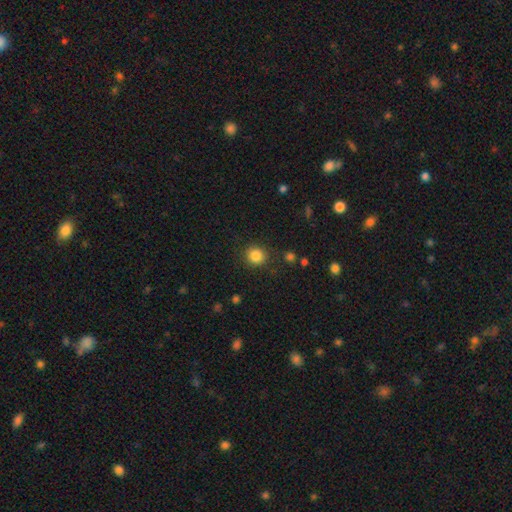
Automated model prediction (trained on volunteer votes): A smooth galaxy with no disk features (84%) that is round (89%). Merging: none (87%).